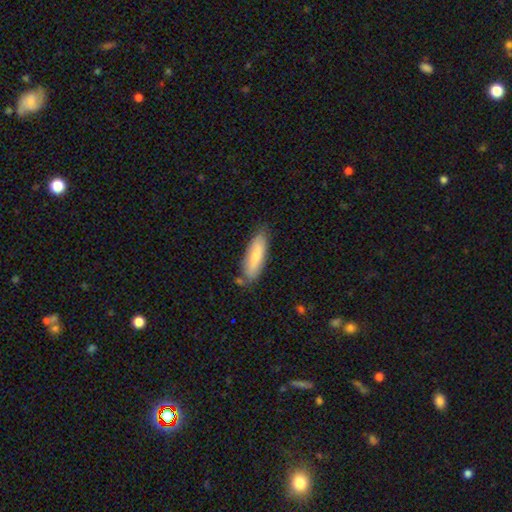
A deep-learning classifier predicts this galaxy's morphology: smooth_or_featured: smooth (p=0.75) [alt: featured or disk p=0.19]
how_rounded: in between (p=0.49) [tied with: cigar-shaped p=0.49]
merging: none (p=0.76) [alt: minor disturbance p=0.17]